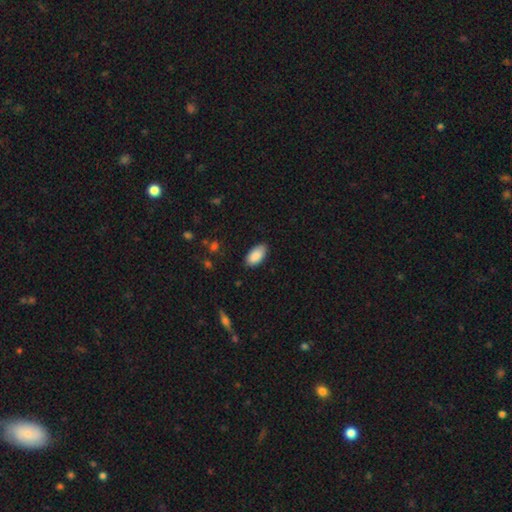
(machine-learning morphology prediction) smooth-or-featured: smooth: 89% | star or artifact: 6% | featured or disk: 5%
  how-rounded: in between: 95% | cigar-shaped: 3% | round: 2%
  merging: none: 81% | minor disturbance: 15% | major disturbance: 2% | merger: 1%